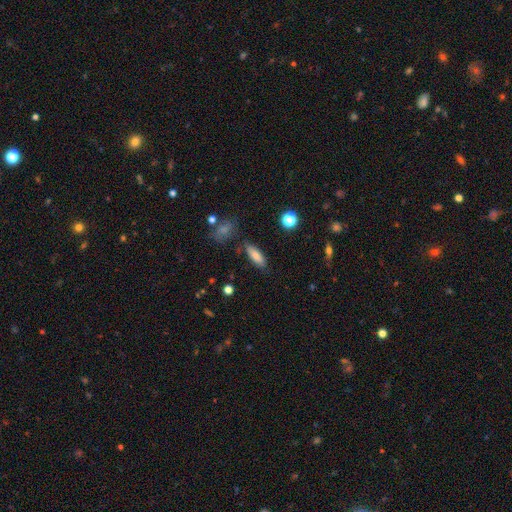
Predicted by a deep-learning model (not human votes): smooth-or-featured: smooth: 80% | featured or disk: 12% | star or artifact: 8%
  how-rounded: in between: 64% | cigar-shaped: 34% | round: 3%
  merging: none: 80% | minor disturbance: 13% | merger: 4% | major disturbance: 3%